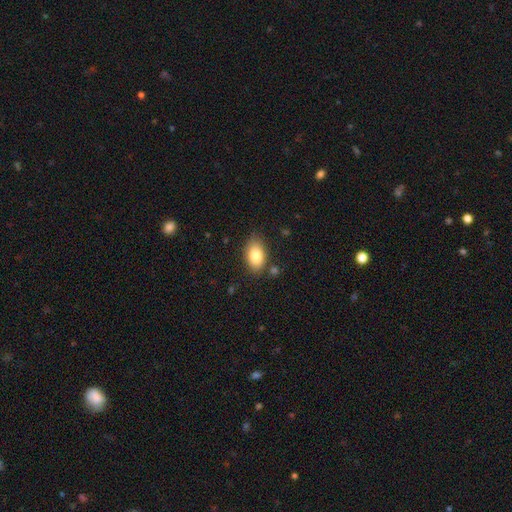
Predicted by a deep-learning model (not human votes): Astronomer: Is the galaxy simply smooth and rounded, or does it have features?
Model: smooth — 83%.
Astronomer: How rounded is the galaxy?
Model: in between — 91%.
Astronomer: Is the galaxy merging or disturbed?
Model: none — 80%.